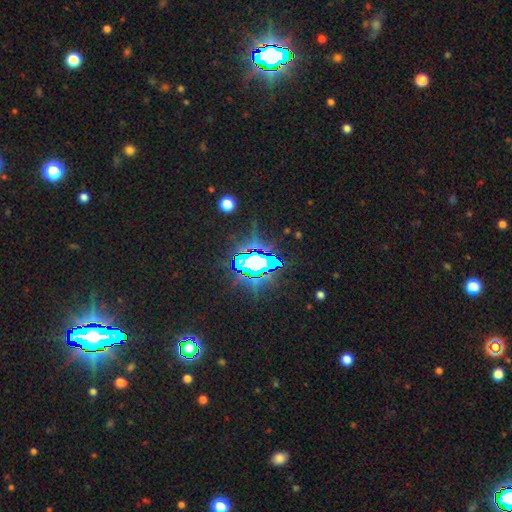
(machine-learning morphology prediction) type=star or artifact (71%).